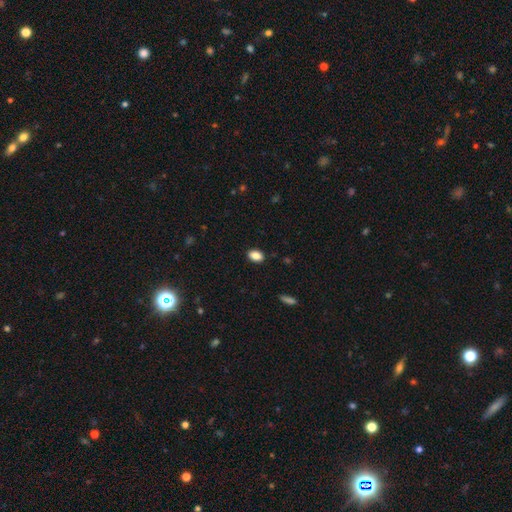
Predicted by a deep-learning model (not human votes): Morphology: type=smooth (86%); roundness=in between (86%); merging=none (88%).